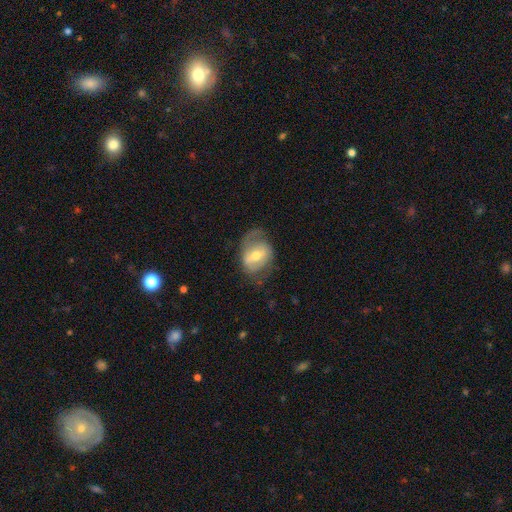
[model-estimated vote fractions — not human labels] smooth_or_featured: featured or disk (p=0.58) [alt: smooth p=0.36]
disk_edge_on: no (p=0.95) [alt: yes p=0.05]
bar: weak (p=0.45) [alt: strong p=0.28]
has_spiral_arms: yes (p=0.66) [alt: no p=0.34]
bulge_size: moderate (p=0.68) [alt: small p=0.22]
merging: none (p=0.49) [alt: minor disturbance p=0.27]